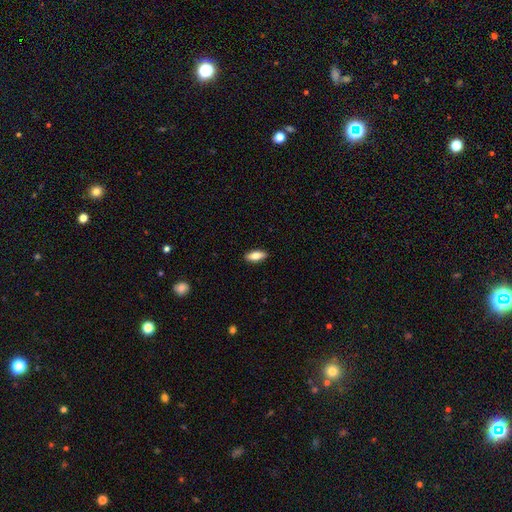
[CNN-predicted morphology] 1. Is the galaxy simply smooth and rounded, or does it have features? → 81% smooth, 13% featured or disk, 6% star or artifact.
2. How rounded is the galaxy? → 81% in between, 17% cigar-shaped, 2% round.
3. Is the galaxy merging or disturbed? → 90% none, 8% minor disturbance, 2% major disturbance, 1% merger.